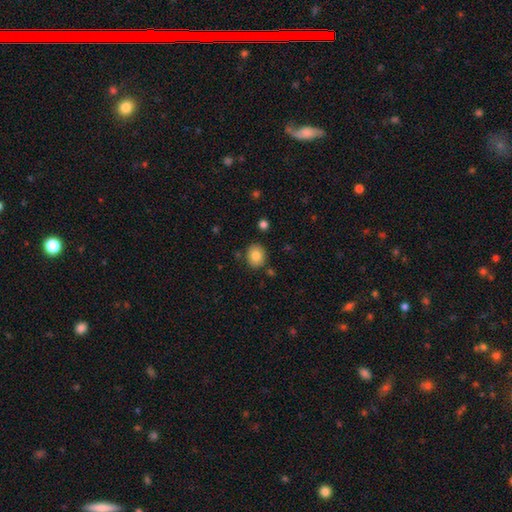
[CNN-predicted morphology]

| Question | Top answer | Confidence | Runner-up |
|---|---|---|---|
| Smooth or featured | smooth | 83% | star or artifact (9%) |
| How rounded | round | 66% | in between (33%) |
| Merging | none | 84% | minor disturbance (10%) |